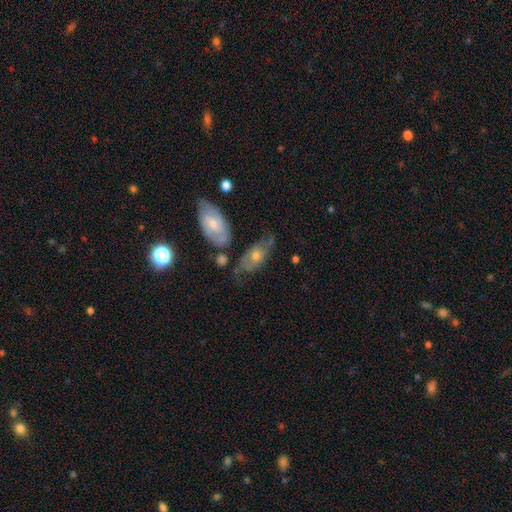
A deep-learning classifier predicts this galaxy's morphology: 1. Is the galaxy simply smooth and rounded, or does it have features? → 58% featured or disk, 32% smooth, 10% star or artifact.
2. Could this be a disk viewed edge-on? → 83% no, 17% yes.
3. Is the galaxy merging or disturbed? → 49% none, 25% minor disturbance, 15% major disturbance, 10% merger.